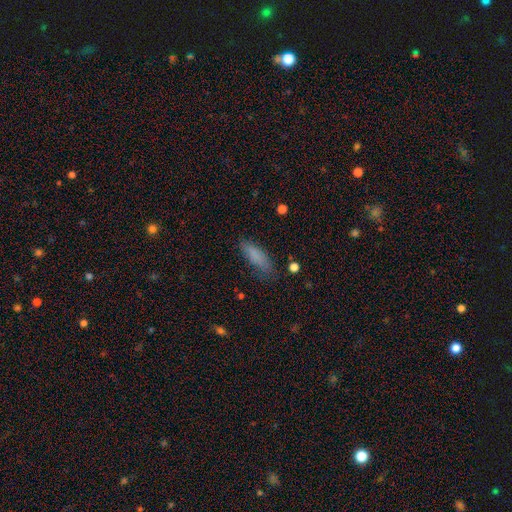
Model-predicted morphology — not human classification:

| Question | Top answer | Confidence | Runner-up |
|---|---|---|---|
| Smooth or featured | smooth | 82% | star or artifact (9%) |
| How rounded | in between | 56% | cigar-shaped (42%) |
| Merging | none | 70% | minor disturbance (21%) |